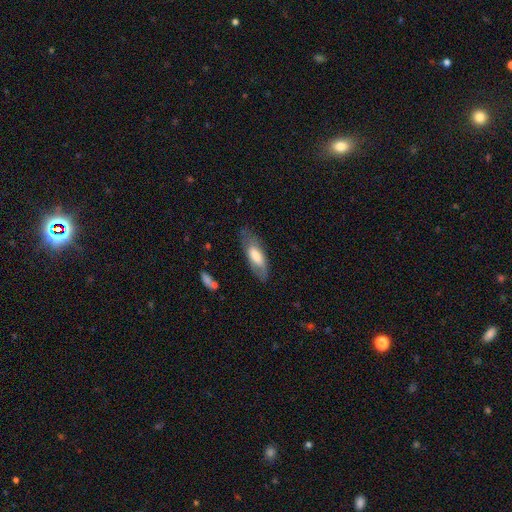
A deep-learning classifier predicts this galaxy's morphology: A smooth galaxy with no disk features (59%) that is in between round and cigar-shaped (66%).

Vote fractions:
- Smooth or featured? smooth: 59% / featured or disk: 34% / star or artifact: 6%
- How rounded? in between: 66% / cigar-shaped: 32% / round: 2%
- Merging? none: 71% / minor disturbance: 20% / major disturbance: 7% / merger: 2%